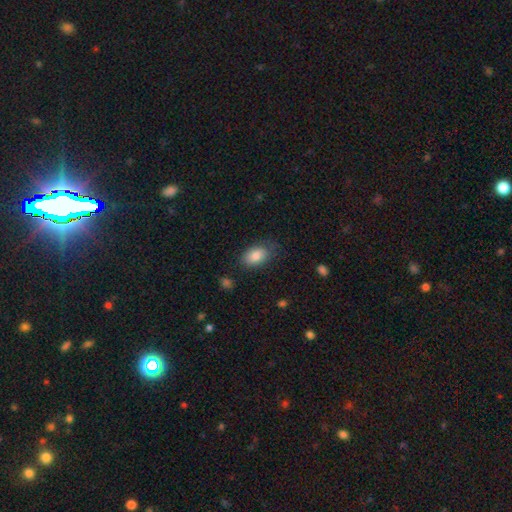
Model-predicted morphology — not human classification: Overall: smooth (84%). How rounded: in between (91%). Merging: none (70%).